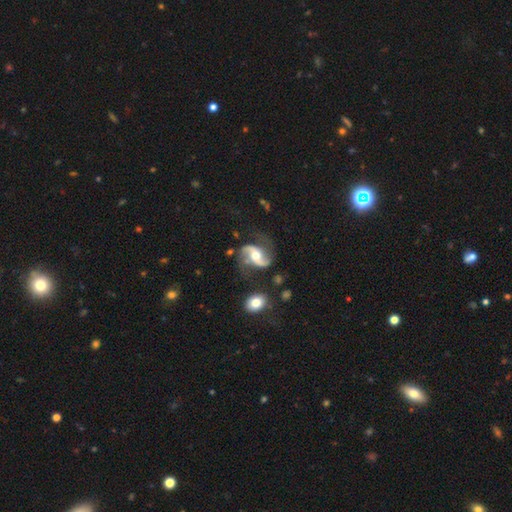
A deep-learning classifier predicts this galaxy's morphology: featured or disk 89%, smooth 6%, star or artifact 5%. Down the decision tree: edge-on disk — no (97%); bar — no (45%); spiral arms — yes (97%); spiral arm count — 2 (94%); spiral winding — loose (65%); bulge size — moderate (69%); merging — none (71%).